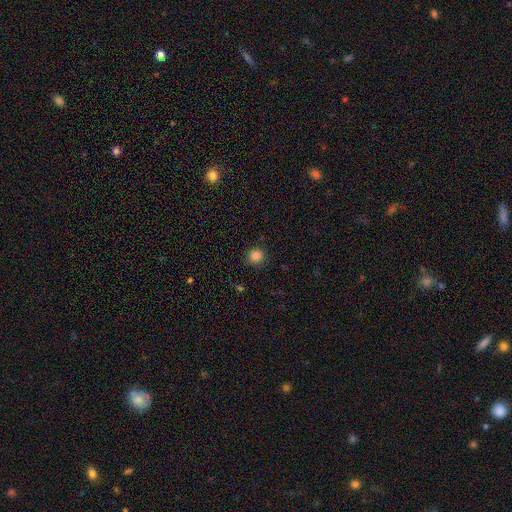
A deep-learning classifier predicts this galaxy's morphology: The model was most divided on "smooth or featured": smooth: 85%, star or artifact: 12%, featured or disk: 4%. More confident: how rounded — round (93%); merging — none (87%).